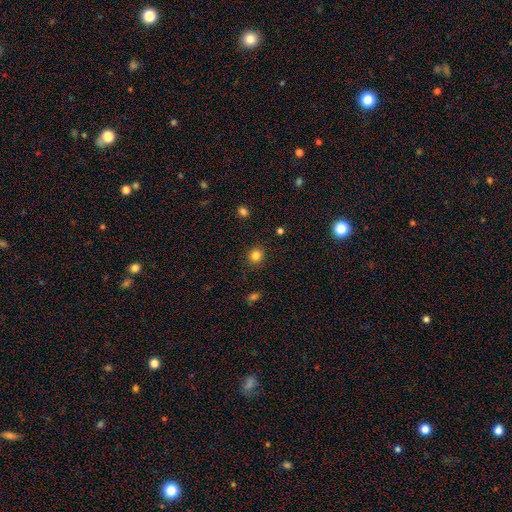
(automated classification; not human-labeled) Morphology: type=smooth (83%); roundness=round (87%); merging=none (89%).